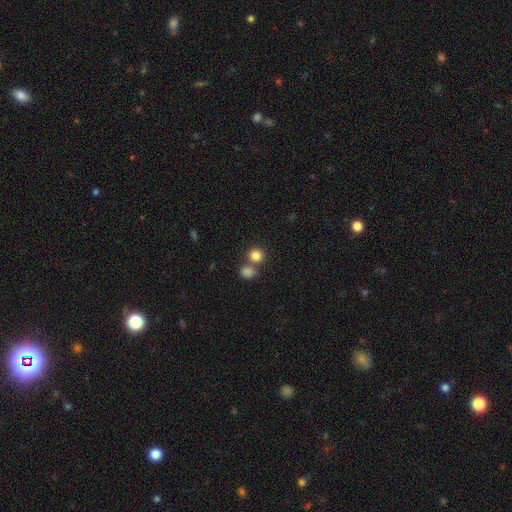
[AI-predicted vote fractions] Smooth or featured: smooth — 83% (star or artifact — 11%)
How rounded: round — 87% (in between — 12%)
Merging: none — 59% (merger — 30%)